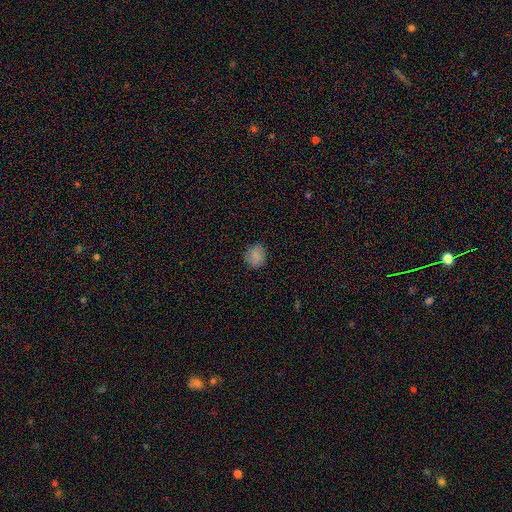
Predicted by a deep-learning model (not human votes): Q: Smooth or featured?
A: smooth (82%); runner-up: star or artifact (11%)
Q: How rounded?
A: round (80%); runner-up: in between (19%)
Q: Merging?
A: none (83%); runner-up: minor disturbance (12%)